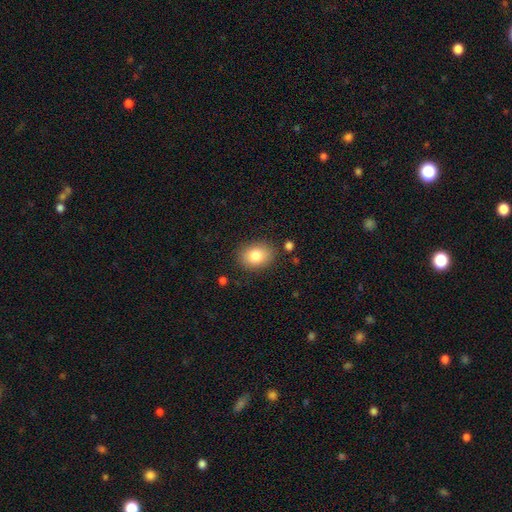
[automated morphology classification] Smooth or featured? Predicted: smooth (p=0.83). How rounded? Predicted: in between (p=0.64). Merging? Predicted: none (p=0.83).